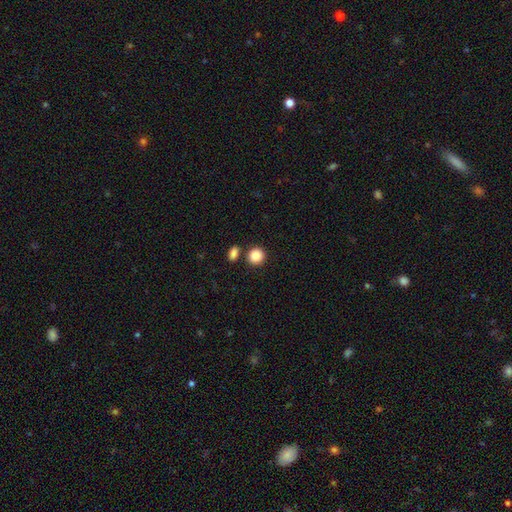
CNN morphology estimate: A smooth galaxy with no disk features (87%) that is round (89%). Merging: none (79%).